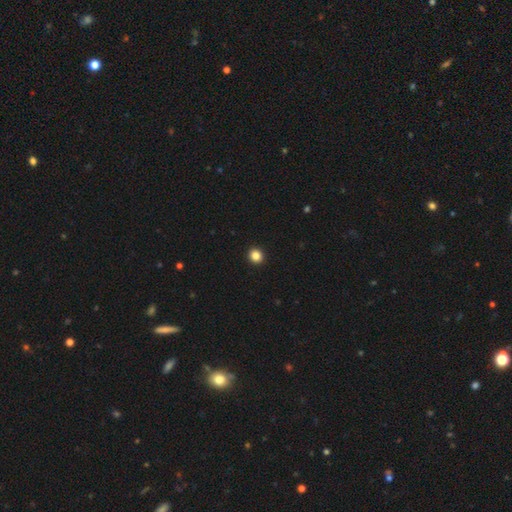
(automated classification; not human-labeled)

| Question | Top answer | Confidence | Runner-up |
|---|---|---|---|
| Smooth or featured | smooth | 85% | star or artifact (11%) |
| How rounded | round | 91% | in between (8%) |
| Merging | none | 94% | minor disturbance (4%) |